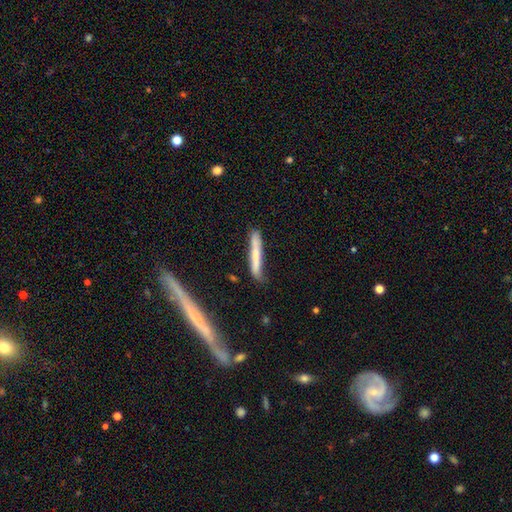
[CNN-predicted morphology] A smooth galaxy with no disk features (66%) that is cigar-shaped (94%).

Vote fractions:
- Smooth or featured? smooth: 66% / featured or disk: 29% / star or artifact: 6%
- How rounded? cigar-shaped: 94% / in between: 4% / round: 1%
- Merging? none: 73% / minor disturbance: 19% / major disturbance: 4% / merger: 4%